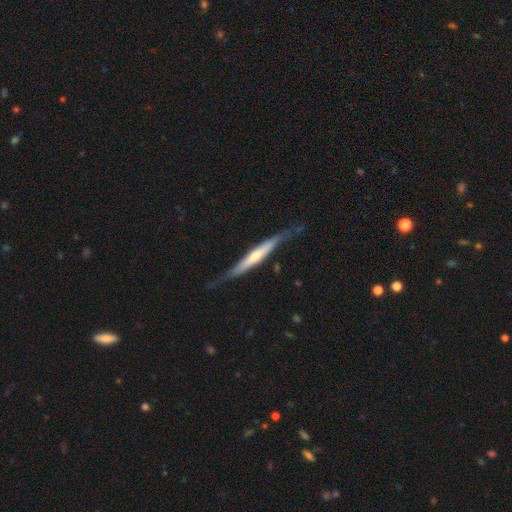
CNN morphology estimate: smooth-or-featured: featured or disk: 62% | smooth: 33% | star or artifact: 5%
  disk-edge-on: yes: 89% | no: 11%
    edge-on-bulge: rounded: 61% | none: 29% | boxy: 11%
  merging: none: 69% | minor disturbance: 22% | major disturbance: 8% | merger: 2%